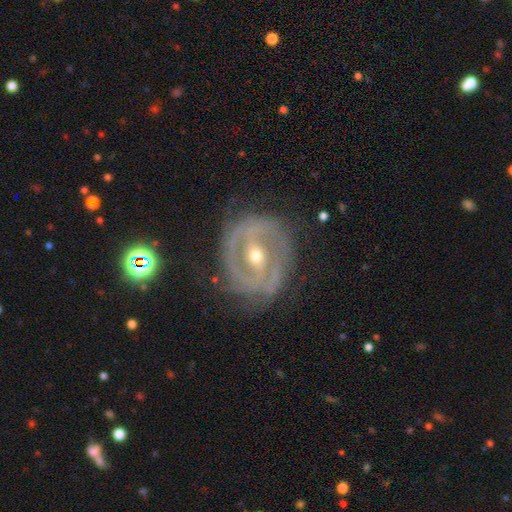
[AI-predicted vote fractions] A featured or disk galaxy (87%) with a strong bar (49%), 2 (59%) tight (58%) spiral arms (89%) and a moderate central bulge (51%).

Vote fractions:
- Smooth or featured? featured or disk: 87% / smooth: 7% / star or artifact: 6%
- Edge-on disk? no: 96% / yes: 4%
- Bar? strong: 49% / weak: 35% / no: 17%
- Spiral arms? yes: 89% / no: 11%
- Spiral winding? tight: 58% / medium: 33% / loose: 9%
- Spiral arm count? 2: 59% / can't tell: 17% / 3: 13% / 1: 4% / 4: 4% / more than 4: 3%
- Bulge size? moderate: 51% / small: 46% / large: 1% / none: 1% / dominant: 1%
- Merging? none: 75% / minor disturbance: 16% / major disturbance: 7% / merger: 1%